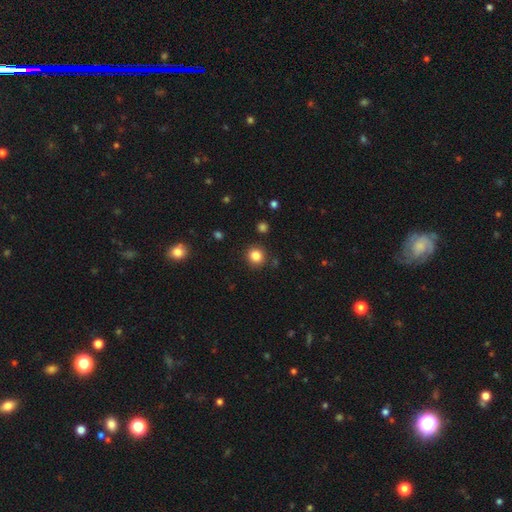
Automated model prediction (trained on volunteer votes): Smooth or featured? smooth (84%)
How rounded? round (91%)
Merging? none (89%)